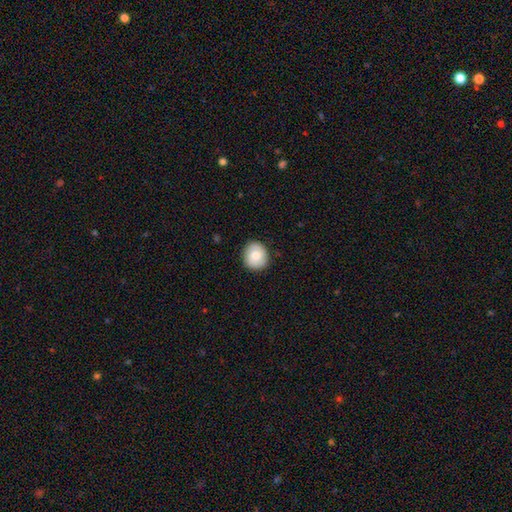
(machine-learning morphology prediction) The model was most divided on "smooth or featured": smooth: 76%, featured or disk: 16%, star or artifact: 7%. More confident: merging — none (87%); how rounded — round (85%).